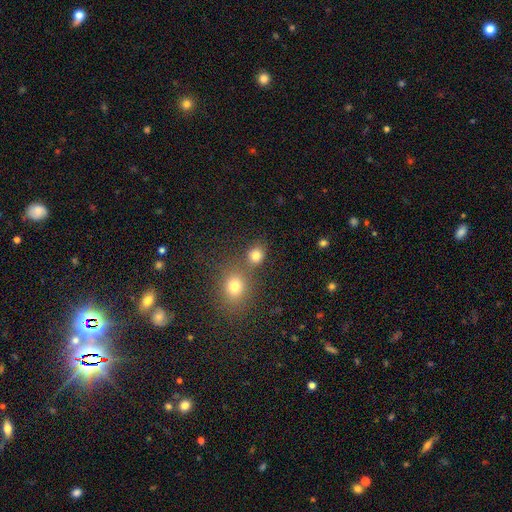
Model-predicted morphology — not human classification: This is likely a smooth galaxy (79%). How rounded: likely round (73%). Merging: likely none (66%).